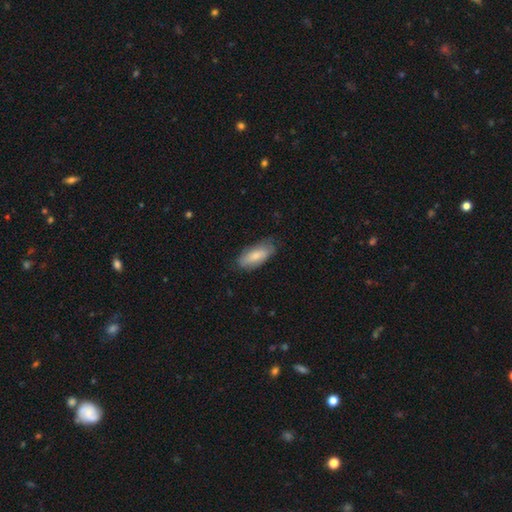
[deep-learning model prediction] smooth-or-featured: smooth: 75% | featured or disk: 19% | star or artifact: 6%
  how-rounded: in between: 84% | cigar-shaped: 14% | round: 2%
  merging: none: 70% | minor disturbance: 23% | major disturbance: 5% | merger: 1%